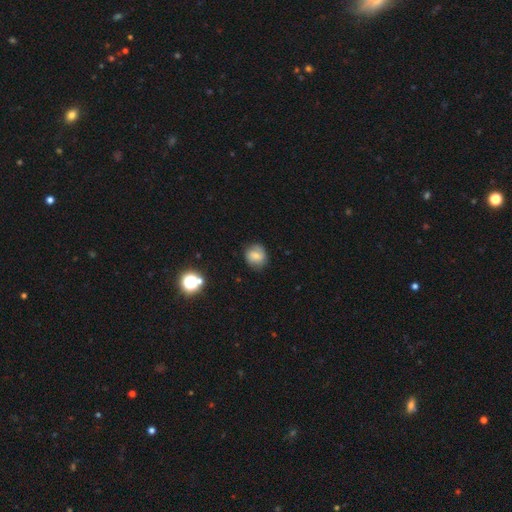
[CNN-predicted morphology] A smooth galaxy with no disk features (65%) that is round (80%). Merging: none (78%).